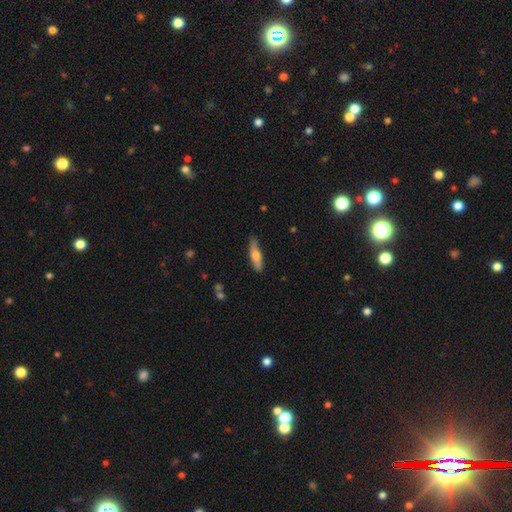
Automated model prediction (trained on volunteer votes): Morphology: type=smooth (60%); roundness=cigar-shaped (70%); merging=none (79%).